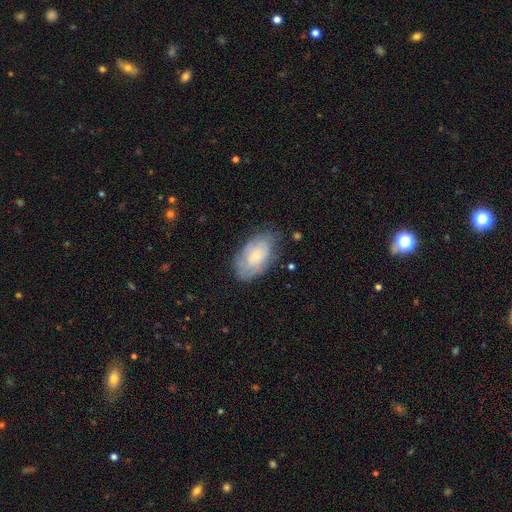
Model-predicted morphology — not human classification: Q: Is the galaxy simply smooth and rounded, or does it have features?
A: smooth — 51%.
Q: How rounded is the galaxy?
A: in between — 91%.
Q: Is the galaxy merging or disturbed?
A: none — 68%.